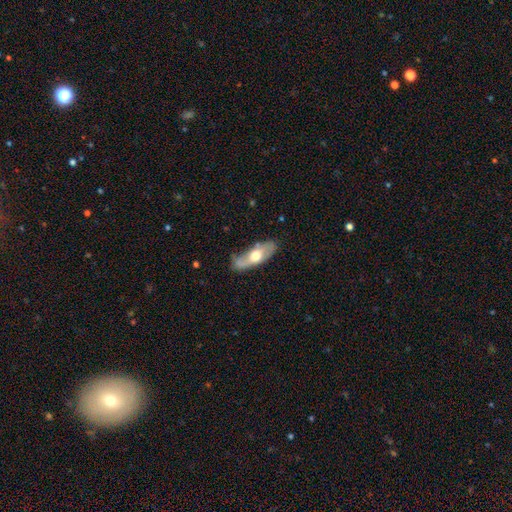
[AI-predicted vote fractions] Smooth or featured? featured or disk (49%)
Merging? none (70%)